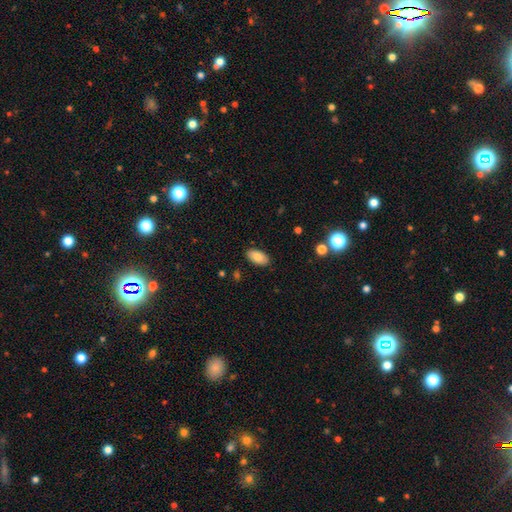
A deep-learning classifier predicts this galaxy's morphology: Smooth or featured?
  - smooth: 83% *
  - featured or disk: 10%
  - star or artifact: 8%
How rounded?
  - in between: 94% *
  - round: 3%
  - cigar-shaped: 3%
Merging?
  - none: 88% *
  - minor disturbance: 9%
  - major disturbance: 2%
  - merger: 1%